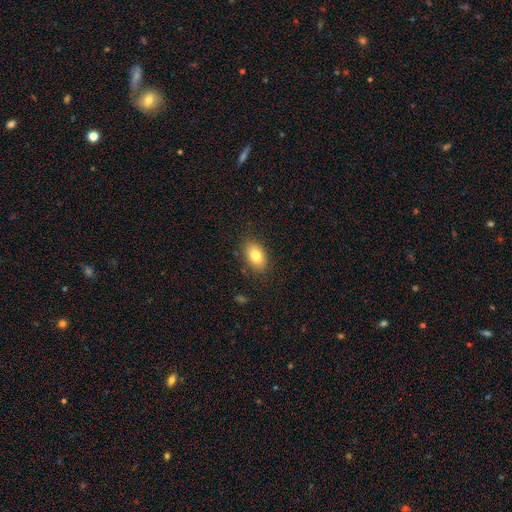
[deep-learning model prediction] Q: Smooth or featured?
A: smooth (80%); runner-up: featured or disk (11%)
Q: How rounded?
A: in between (86%); runner-up: round (13%)
Q: Merging?
A: none (84%); runner-up: minor disturbance (12%)